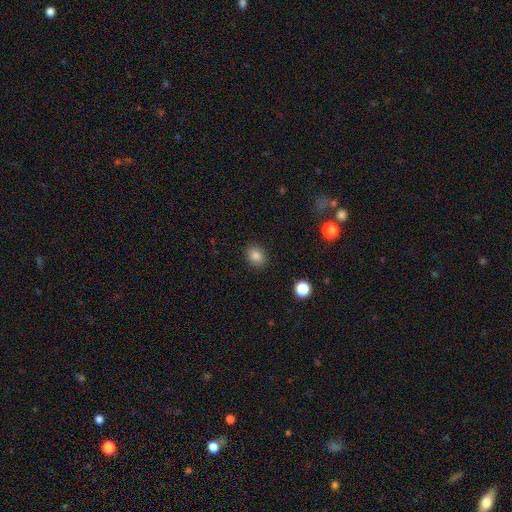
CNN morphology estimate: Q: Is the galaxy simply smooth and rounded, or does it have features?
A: smooth — 84%.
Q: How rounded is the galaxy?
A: in between — 56%.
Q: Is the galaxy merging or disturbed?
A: none — 88%.